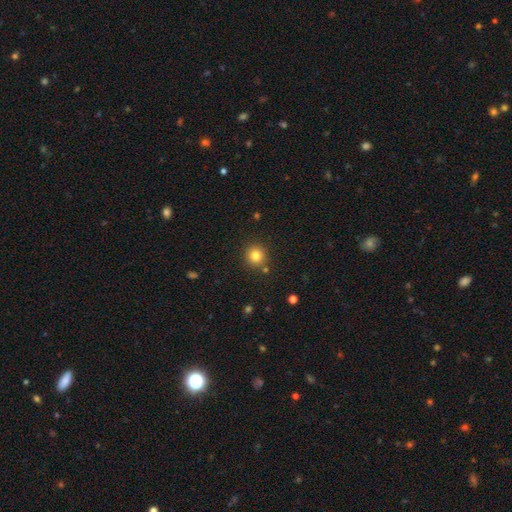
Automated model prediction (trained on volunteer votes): Smooth or featured: smooth — 81% (star or artifact — 13%)
How rounded: round — 93% (in between — 6%)
Merging: none — 85% (minor disturbance — 8%)